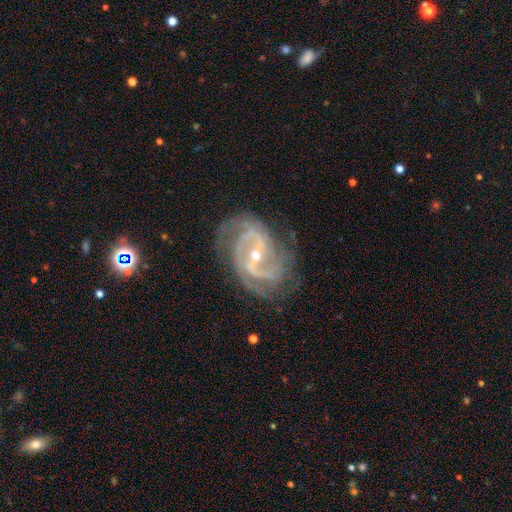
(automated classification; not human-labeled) A featured or disk galaxy (92%) with a strong bar (42%), 2 (59%) medium (51%) spiral arms (98%) and a small central bulge (69%).

Vote fractions:
- Smooth or featured? featured or disk: 92% / star or artifact: 5% / smooth: 3%
- Edge-on disk? no: 97% / yes: 3%
- Bar? strong: 42% / weak: 38% / no: 20%
- Spiral arms? yes: 98% / no: 2%
- Spiral winding? medium: 51% / tight: 31% / loose: 17%
- Spiral arm count? 2: 59% / 3: 16% / can't tell: 10% / 4: 6% / 1: 5% / more than 4: 4%
- Bulge size? small: 69% / moderate: 28% / large: 1% / none: 1% / dominant: 1%
- Merging? none: 69% / minor disturbance: 19% / major disturbance: 10% / merger: 2%